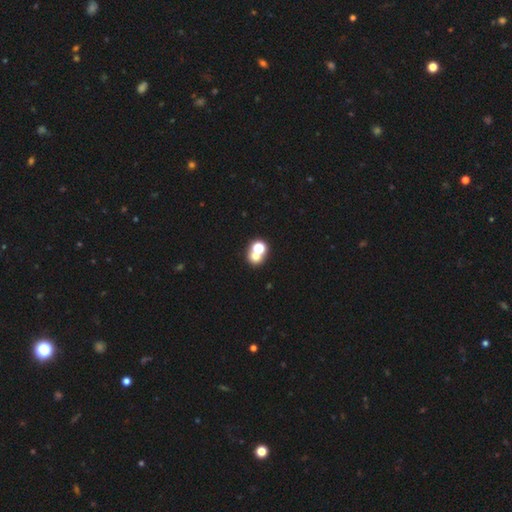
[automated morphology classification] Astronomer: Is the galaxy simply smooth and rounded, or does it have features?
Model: smooth — 62%.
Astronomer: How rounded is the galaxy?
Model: round — 74%.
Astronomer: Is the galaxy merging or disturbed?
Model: merger — 48% (runner-up: none, 42%).